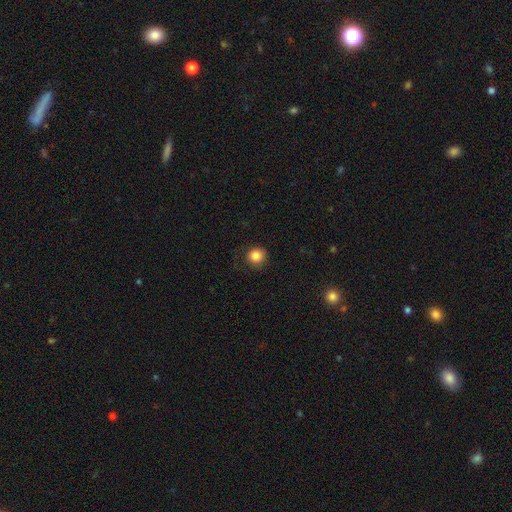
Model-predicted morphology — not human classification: smooth_or_featured: smooth (p=0.85) [alt: star or artifact p=0.11]
how_rounded: round (p=0.91) [alt: in between p=0.08]
merging: none (p=0.84) [alt: minor disturbance p=0.12]